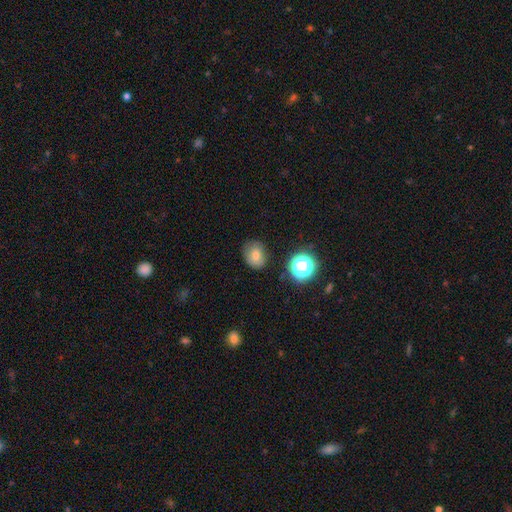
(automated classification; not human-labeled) This appears to be a smooth galaxy with no disk features (74%) that is round (53%). Merging: none (75%).